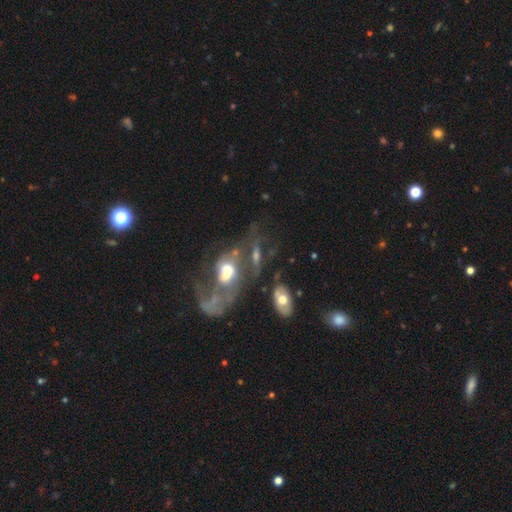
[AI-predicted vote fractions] Morphology: type=featured or disk (62%); edge-on=no (92%); bar=no (69%); spiral arms=no (53%); bulge=moderate (47%); merging=merger (36%).